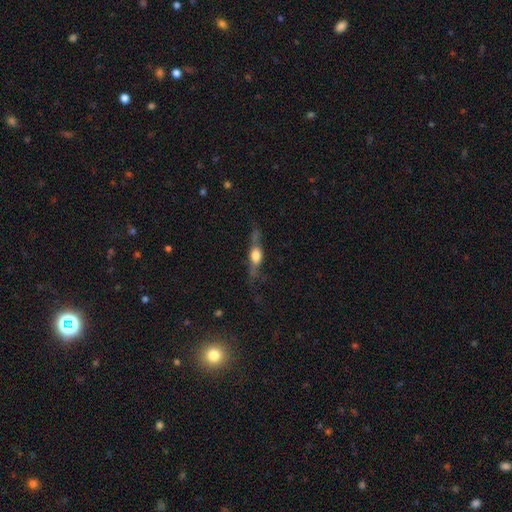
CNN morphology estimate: A featured or disk galaxy (56%) viewed edge-on (88%).

Vote fractions:
- Smooth or featured? featured or disk: 56% / smooth: 37% / star or artifact: 8%
- Edge-on disk? yes: 88% / no: 12%
- Merging? none: 61% / minor disturbance: 22% / major disturbance: 14% / merger: 2%